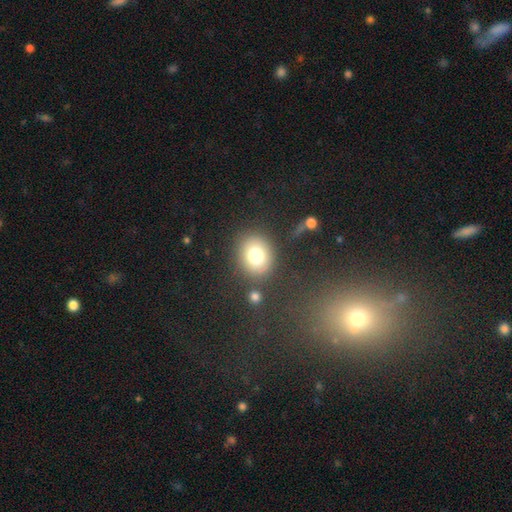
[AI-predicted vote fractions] Smooth or featured? smooth (76%)
How rounded? round (70%)
Merging? none (81%)